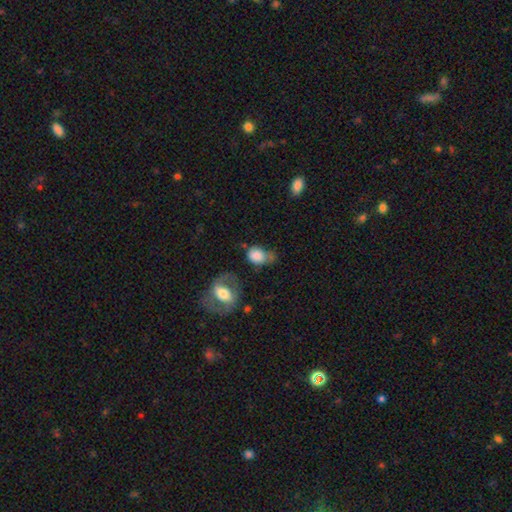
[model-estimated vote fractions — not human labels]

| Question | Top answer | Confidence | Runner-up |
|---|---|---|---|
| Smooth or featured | smooth | 76% | featured or disk (16%) |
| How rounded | in between | 55% | round (43%) |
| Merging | none | 36% | minor disturbance (30%) |